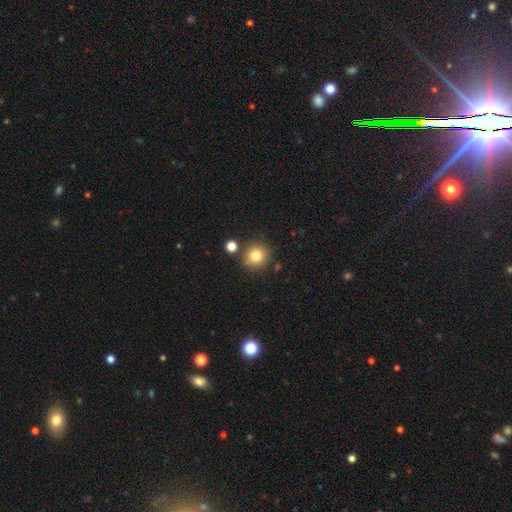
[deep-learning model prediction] Smooth or featured? Predicted: smooth (p=0.80). How rounded? Predicted: round (p=0.93). Merging? Predicted: none (p=0.82).